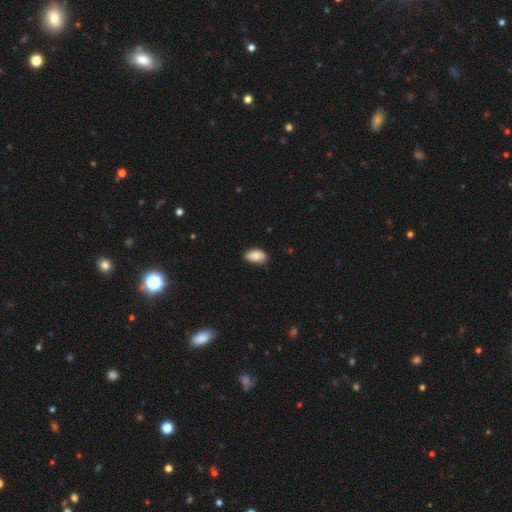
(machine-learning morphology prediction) Q: Smooth or featured?
A: smooth (81%); runner-up: featured or disk (12%)
Q: How rounded?
A: in between (92%); runner-up: round (7%)
Q: Merging?
A: none (77%); runner-up: minor disturbance (19%)